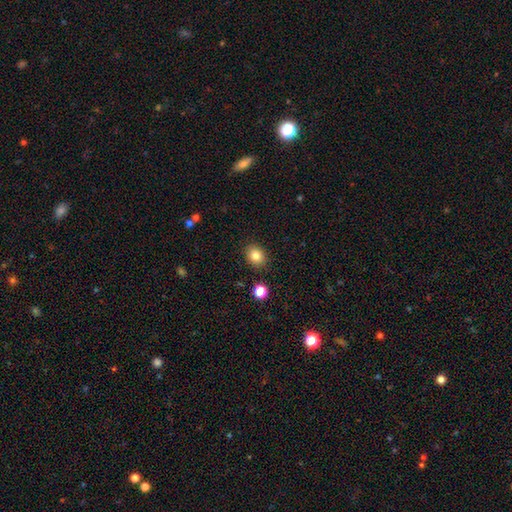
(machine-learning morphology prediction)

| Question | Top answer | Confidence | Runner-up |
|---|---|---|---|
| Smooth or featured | smooth | 83% | star or artifact (10%) |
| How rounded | round | 62% | in between (37%) |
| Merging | none | 88% | minor disturbance (8%) |